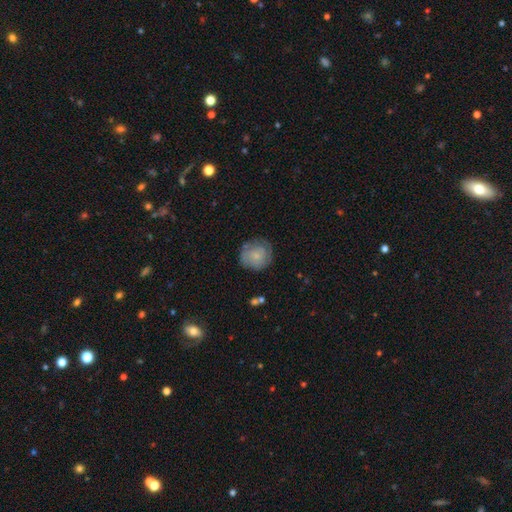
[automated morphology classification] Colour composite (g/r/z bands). It shows a featured or disk galaxy (50%). Merging: none (71%).